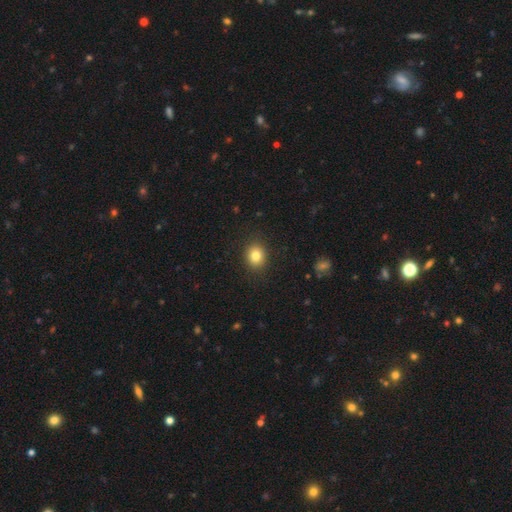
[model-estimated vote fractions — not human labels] A smooth galaxy with no disk features (82%) that is round (65%). Merging: none (89%).